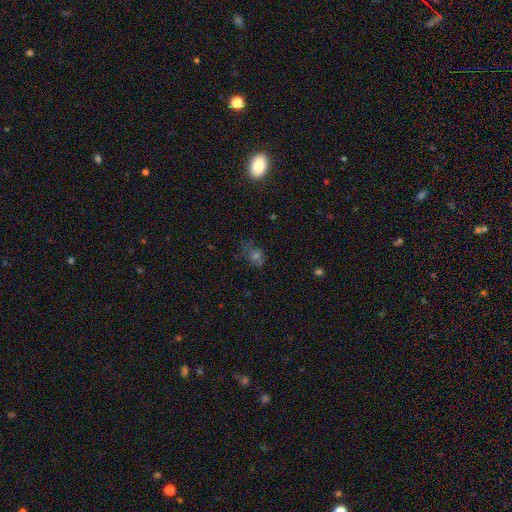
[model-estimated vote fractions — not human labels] The model was most divided on "how rounded": in between: 54%, round: 44%, cigar-shaped: 2%. More confident: merging — none (57%); smooth or featured — smooth (54%).